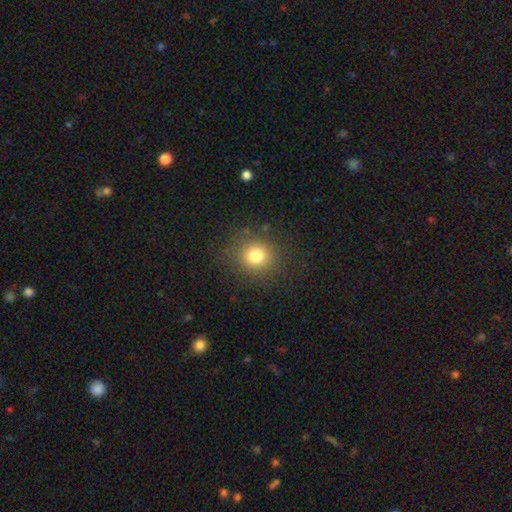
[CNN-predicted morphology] This is likely a smooth galaxy (78%). How rounded: clearly round (87%). Merging: clearly none (87%).